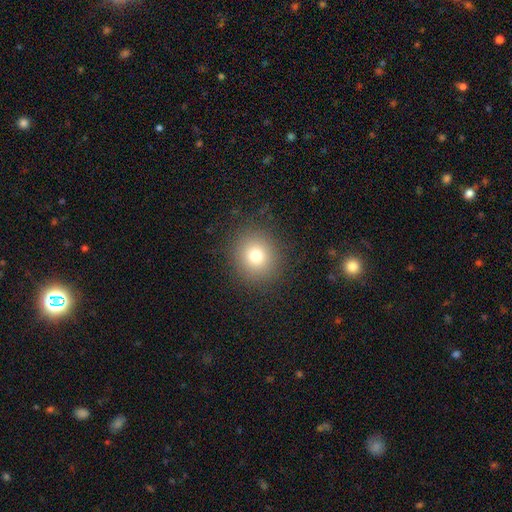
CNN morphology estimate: smooth_or_featured: smooth (p=0.77) [alt: star or artifact p=0.14]
how_rounded: round (p=0.89) [alt: in between p=0.10]
merging: none (p=0.88) [alt: minor disturbance p=0.07]